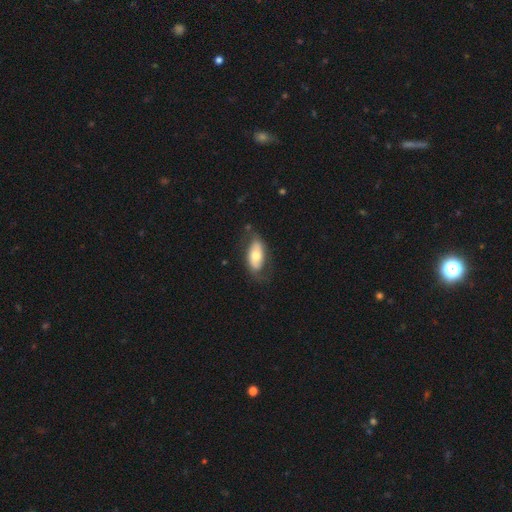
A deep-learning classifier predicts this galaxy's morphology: type=smooth (58%); roundness=in between (88%); merging=none (66%).